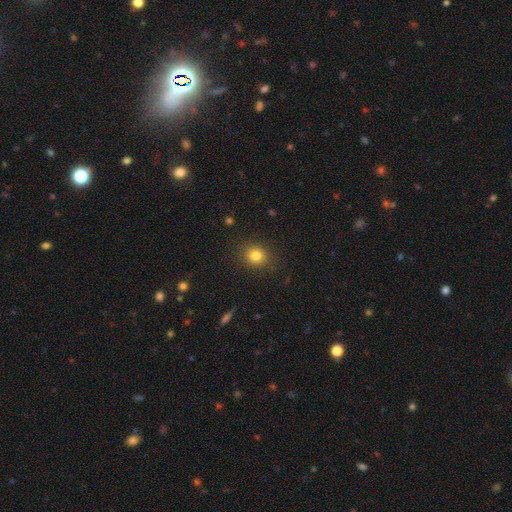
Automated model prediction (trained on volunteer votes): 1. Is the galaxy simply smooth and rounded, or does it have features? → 81% smooth, 12% star or artifact, 6% featured or disk.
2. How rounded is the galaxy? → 81% round, 18% in between, 1% cigar-shaped.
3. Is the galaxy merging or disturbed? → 88% none, 8% minor disturbance, 3% major disturbance, 1% merger.